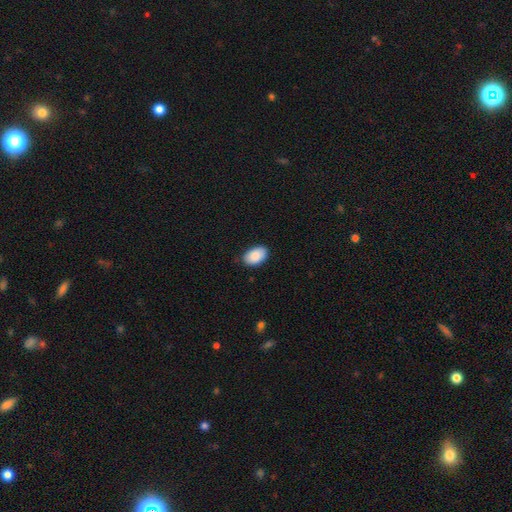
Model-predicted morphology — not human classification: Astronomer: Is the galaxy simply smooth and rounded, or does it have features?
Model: smooth — 88%.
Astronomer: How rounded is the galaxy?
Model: in between — 92%.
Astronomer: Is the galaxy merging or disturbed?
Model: none — 83%.